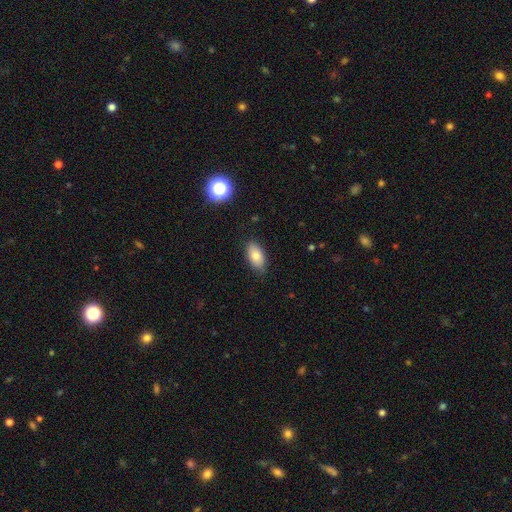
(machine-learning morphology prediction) type=smooth (79%); roundness=in between (92%); merging=none (85%).